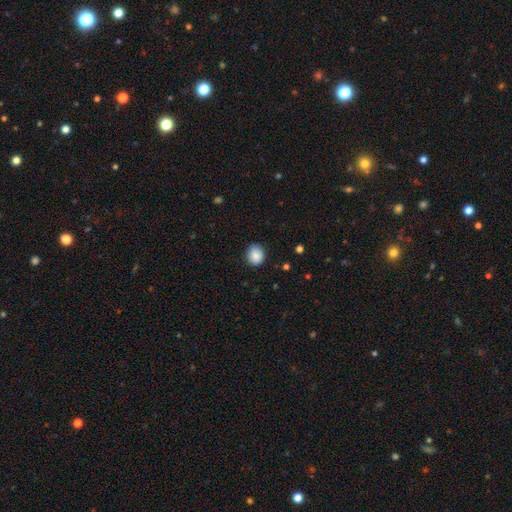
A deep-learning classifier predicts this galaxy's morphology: This is clearly a smooth galaxy (87%). How rounded: likely round (74%). Merging: likely none (80%).